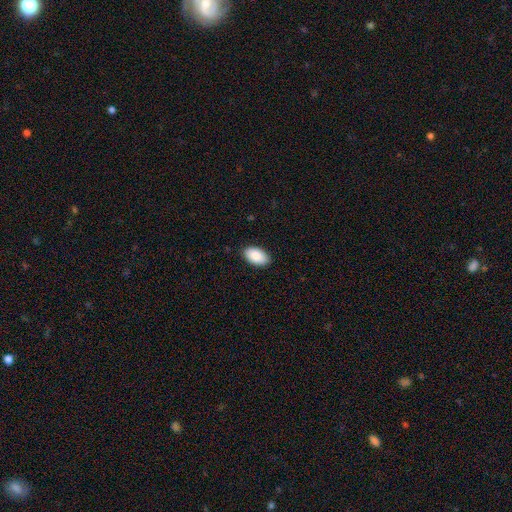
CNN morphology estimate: smooth_or_featured: smooth (p=0.87) [alt: star or artifact p=0.06]
how_rounded: in between (p=0.94) [alt: round p=0.04]
merging: none (p=0.88) [alt: minor disturbance p=0.09]